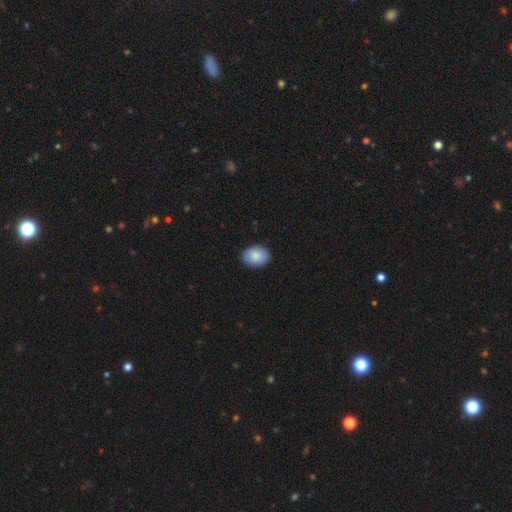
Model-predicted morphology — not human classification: Overall: smooth (88%). How rounded: in between (79%). Merging: none (89%).